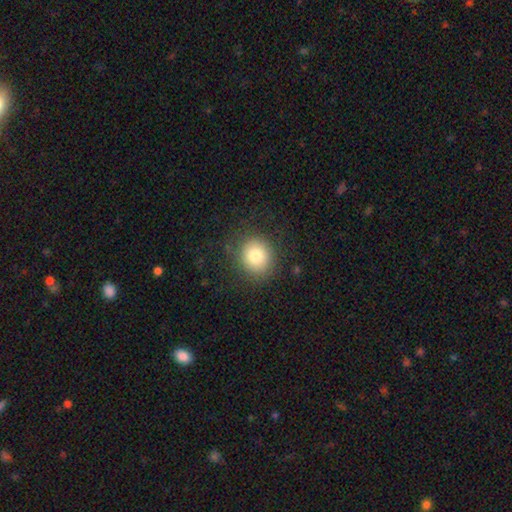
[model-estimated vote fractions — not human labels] Q: Smooth or featured?
A: smooth (80%); runner-up: star or artifact (10%)
Q: How rounded?
A: round (86%); runner-up: in between (13%)
Q: Merging?
A: none (84%); runner-up: minor disturbance (10%)